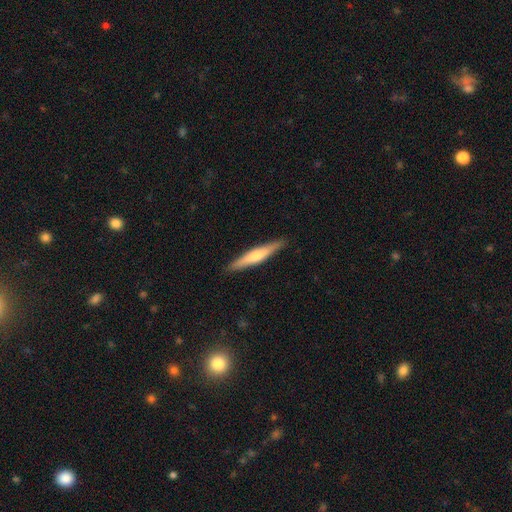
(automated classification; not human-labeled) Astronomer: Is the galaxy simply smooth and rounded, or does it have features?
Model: smooth — 51% (runner-up: featured or disk, 44%).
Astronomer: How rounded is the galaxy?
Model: cigar-shaped — 91%.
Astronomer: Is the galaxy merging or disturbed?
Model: none — 90%.